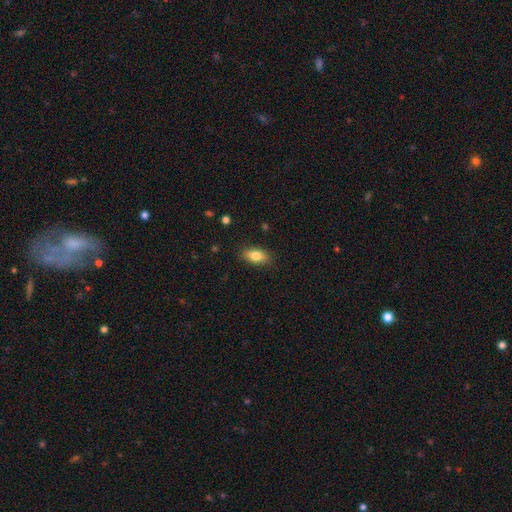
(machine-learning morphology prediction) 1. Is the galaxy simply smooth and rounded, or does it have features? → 79% smooth, 14% featured or disk, 8% star or artifact.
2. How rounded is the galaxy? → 84% in between, 10% cigar-shaped, 6% round.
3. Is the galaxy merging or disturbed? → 86% none, 10% minor disturbance, 2% major disturbance, 1% merger.